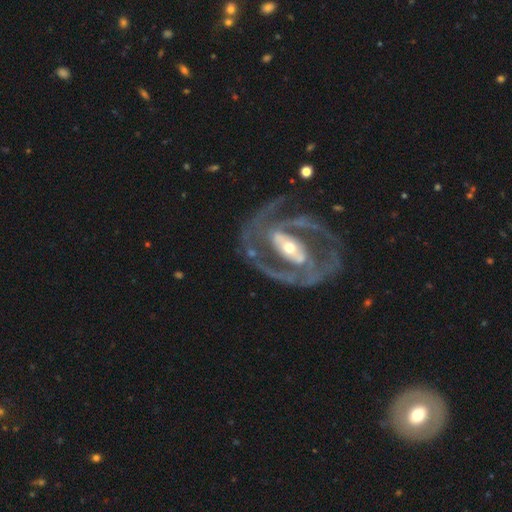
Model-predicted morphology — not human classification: This is clearly a featured or disk galaxy (90%). It is clearly not viewed edge-on (95%). Bar: likely strong (63%). Spiral arm pattern: clearly yes (91%). Spiral arm count: likely 2 (77%). Spiral winding: marginally tight (44%, tied with medium). Central bulge: possibly small (57%). Merging: likely none (63%).